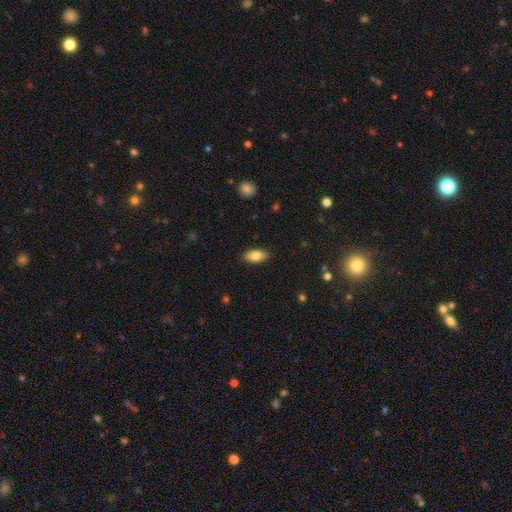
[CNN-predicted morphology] Q: Smooth or featured?
A: smooth (82%); runner-up: featured or disk (11%)
Q: How rounded?
A: in between (91%); runner-up: cigar-shaped (6%)
Q: Merging?
A: none (88%); runner-up: minor disturbance (9%)